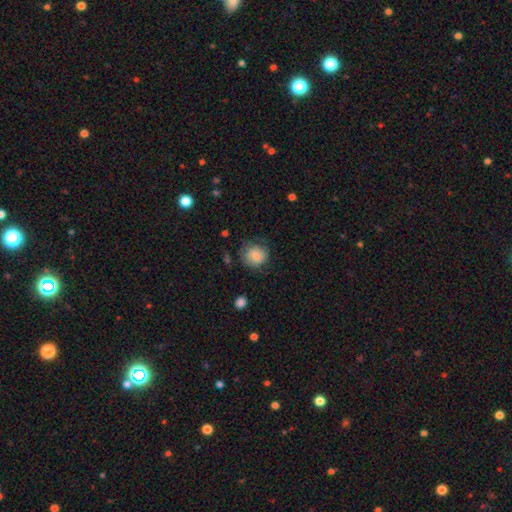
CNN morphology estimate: Smooth or featured? smooth (78%)
How rounded? round (83%)
Merging? none (67%)